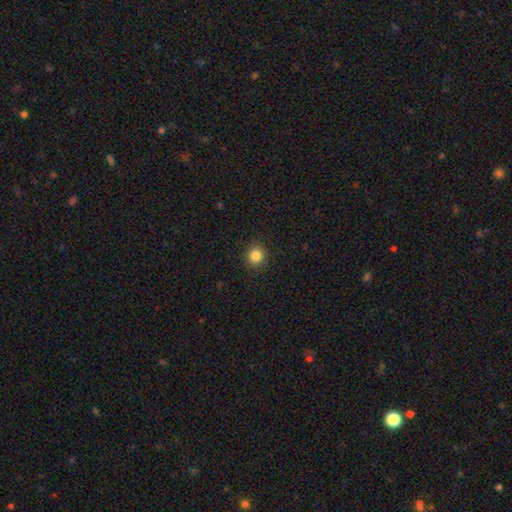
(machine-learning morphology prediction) smooth-or-featured: smooth: 85% | star or artifact: 11% | featured or disk: 4%
  how-rounded: round: 87% | in between: 12% | cigar-shaped: 1%
  merging: none: 90% | minor disturbance: 6% | major disturbance: 2% | merger: 1%